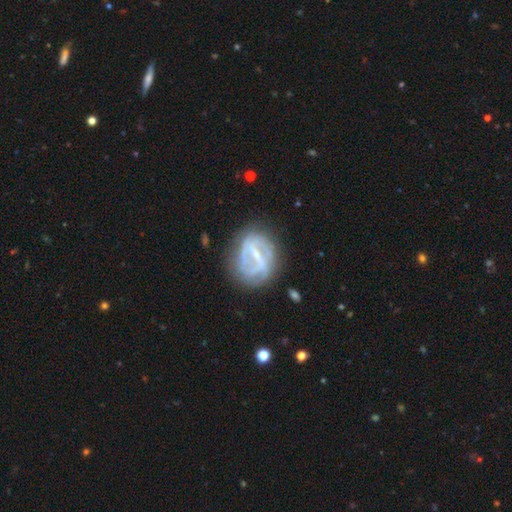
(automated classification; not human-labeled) This is likely a featured or disk galaxy (78%). It is clearly not viewed edge-on (95%). Bar: possibly strong (59%). Spiral arm pattern: likely yes (65%). Central bulge: possibly small (56%). Merging: likely none (64%).